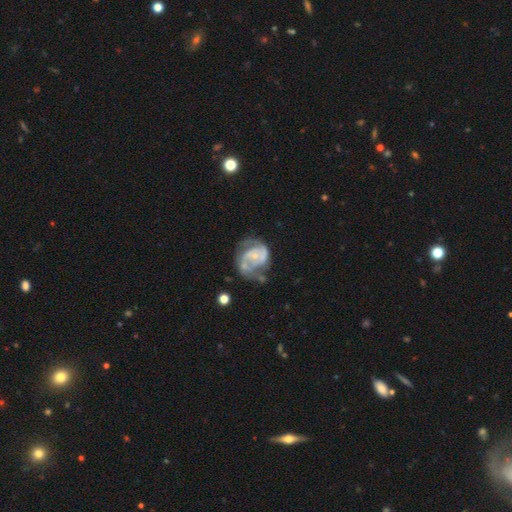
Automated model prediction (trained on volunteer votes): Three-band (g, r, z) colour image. It shows a featured or disk galaxy (80%) with no bar (68%), 2 (67%) medium (45%) spiral arms (85%) and a small central bulge (68%). Merging: none (39%).